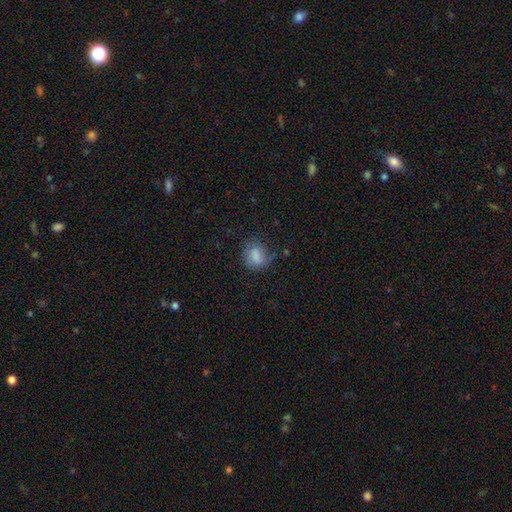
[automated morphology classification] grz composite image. It shows a smooth galaxy with no disk features (74%) that is in between round and cigar-shaped (51%). Merging: none (49%).